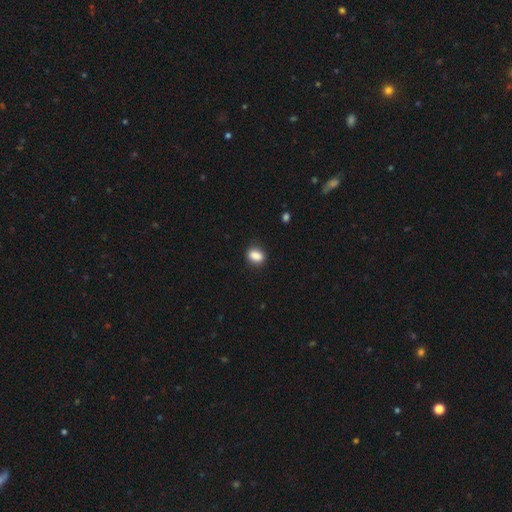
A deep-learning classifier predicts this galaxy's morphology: Smooth or featured?
  - smooth: 87% *
  - star or artifact: 9%
  - featured or disk: 4%
How rounded?
  - in between: 71% *
  - round: 27%
  - cigar-shaped: 2%
Merging?
  - none: 85% *
  - minor disturbance: 11%
  - major disturbance: 3%
  - merger: 1%